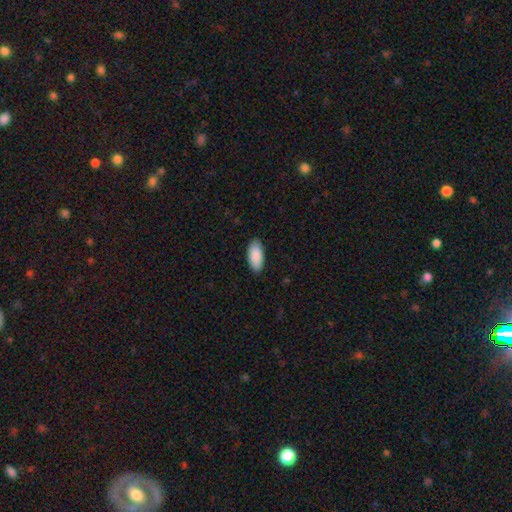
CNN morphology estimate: smooth-or-featured: smooth: 90% | star or artifact: 6% | featured or disk: 4%
  how-rounded: in between: 92% | cigar-shaped: 6% | round: 2%
  merging: none: 88% | minor disturbance: 10% | major disturbance: 2% | merger: 1%